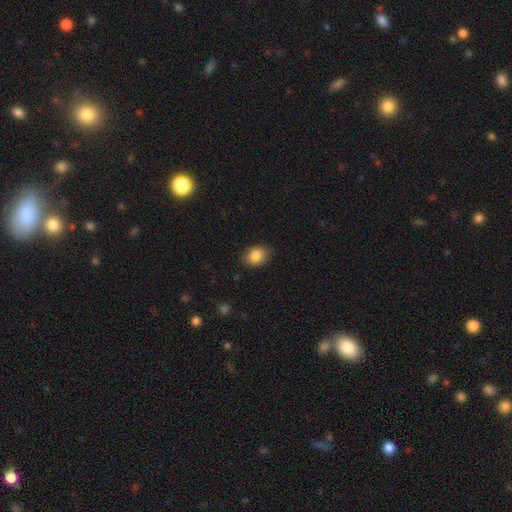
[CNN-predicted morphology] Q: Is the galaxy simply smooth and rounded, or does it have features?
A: smooth — 86%.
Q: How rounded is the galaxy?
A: in between — 60%.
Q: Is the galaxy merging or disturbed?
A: none — 83%.